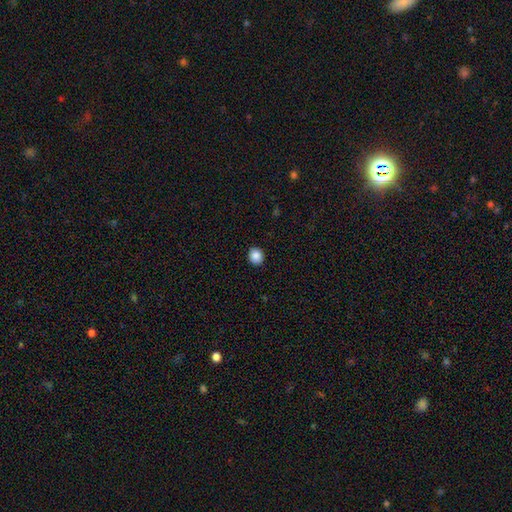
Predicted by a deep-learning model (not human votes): Smooth or featured: smooth — 87% (star or artifact — 9%)
How rounded: round — 80% (in between — 19%)
Merging: none — 92% (minor disturbance — 6%)